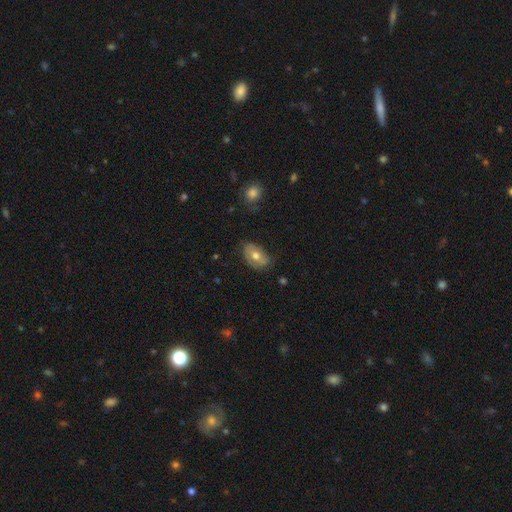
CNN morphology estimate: smooth 56%, featured or disk 37%, star or artifact 7%. Down the decision tree: how rounded — in between (85%); merging — none (64%).